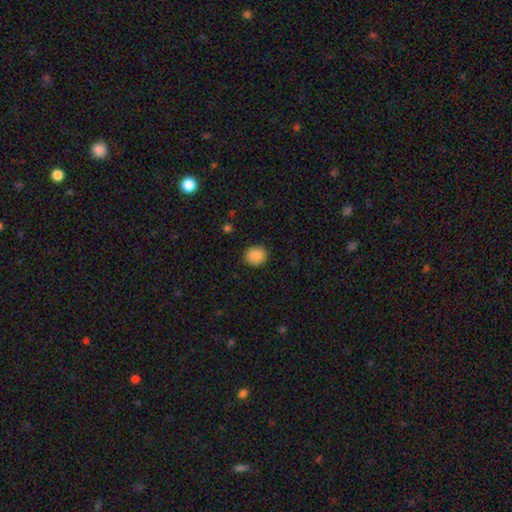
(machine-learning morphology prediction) A smooth galaxy with no disk features (88%) that is round (79%). Merging: none (91%).